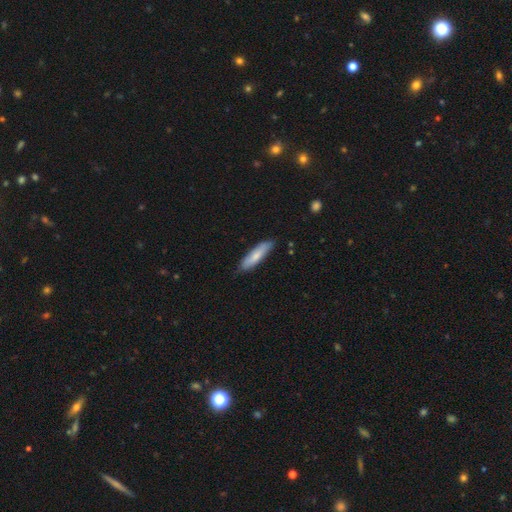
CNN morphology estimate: smooth 76%, featured or disk 19%, star or artifact 5%. Down the decision tree: how rounded — cigar-shaped (69%); merging — none (81%).